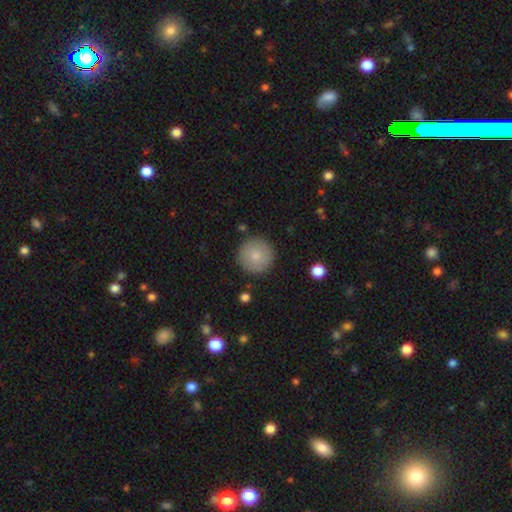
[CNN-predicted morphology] Smooth or featured: smooth — 81% (featured or disk — 12%)
How rounded: round — 96% (in between — 3%)
Merging: none — 90% (minor disturbance — 7%)